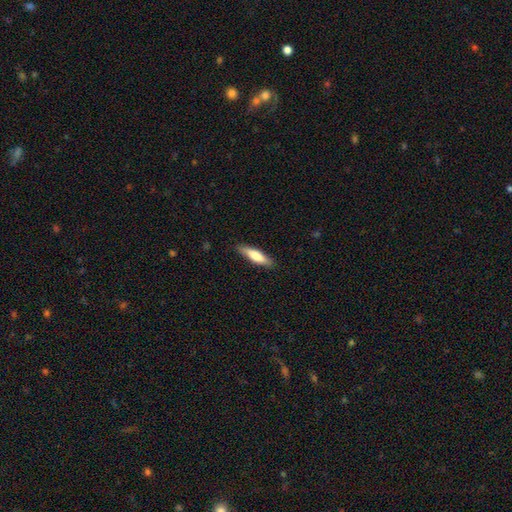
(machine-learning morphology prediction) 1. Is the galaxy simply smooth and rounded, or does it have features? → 71% smooth, 24% featured or disk, 5% star or artifact.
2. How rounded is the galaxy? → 68% cigar-shaped, 30% in between, 2% round.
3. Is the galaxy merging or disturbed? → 85% none, 12% minor disturbance, 2% major disturbance, 1% merger.